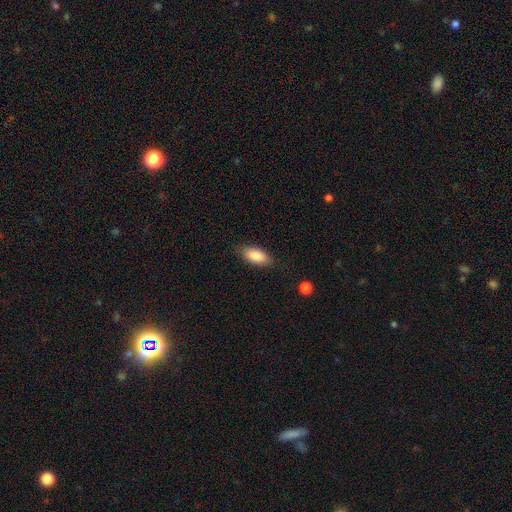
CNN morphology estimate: A smooth galaxy with no disk features (85%) that is in between round and cigar-shaped (87%). Merging: none (83%).